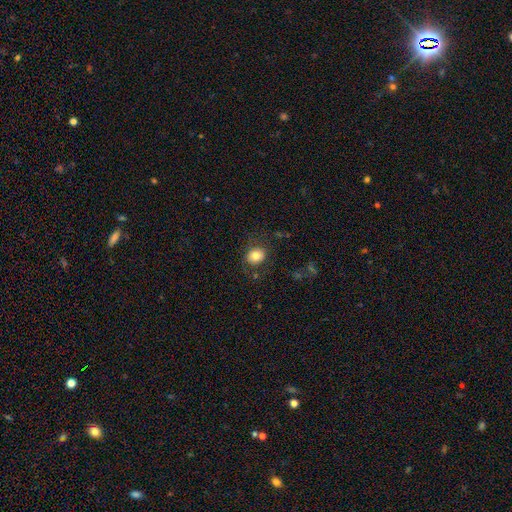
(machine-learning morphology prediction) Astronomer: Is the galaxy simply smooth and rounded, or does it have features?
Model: smooth — 79%.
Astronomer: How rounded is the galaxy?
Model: round — 59% (runner-up: in between, 40%).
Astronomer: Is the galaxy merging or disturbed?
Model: none — 79%.